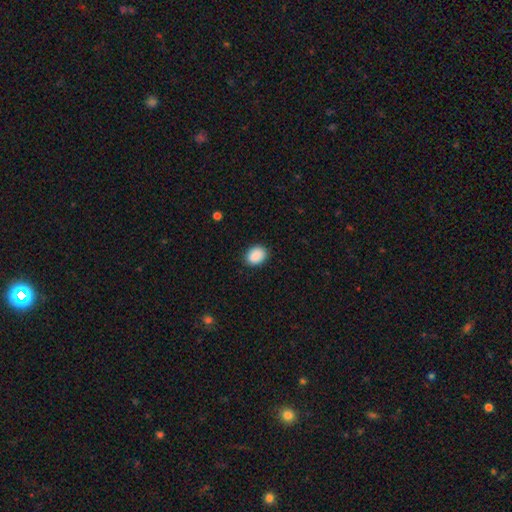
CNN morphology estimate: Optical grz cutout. It shows a smooth galaxy with no disk features (90%) that is in between round and cigar-shaped (65%). Merging: none (88%).